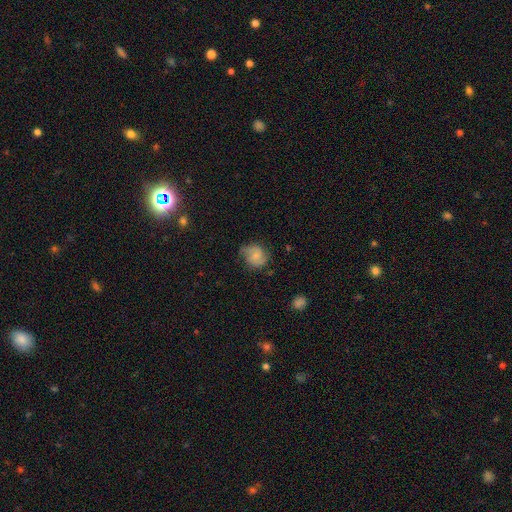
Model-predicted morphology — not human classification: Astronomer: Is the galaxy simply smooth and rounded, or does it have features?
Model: featured or disk — 48% (runner-up: smooth, 43%).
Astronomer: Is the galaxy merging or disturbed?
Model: none — 61%.